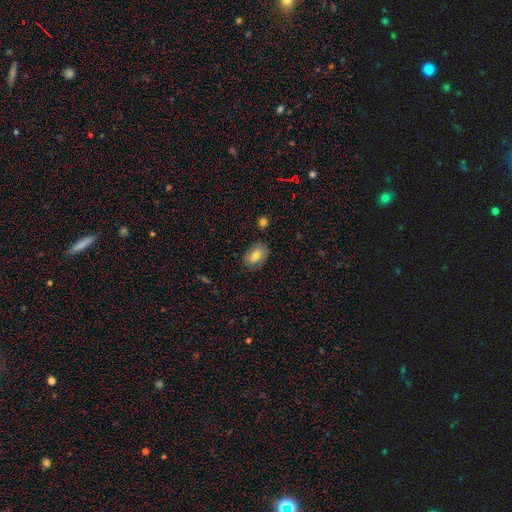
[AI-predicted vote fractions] Smooth or featured? Predicted: smooth (p=0.77). How rounded? Predicted: in between (p=0.80). Merging? Predicted: none (p=0.82).